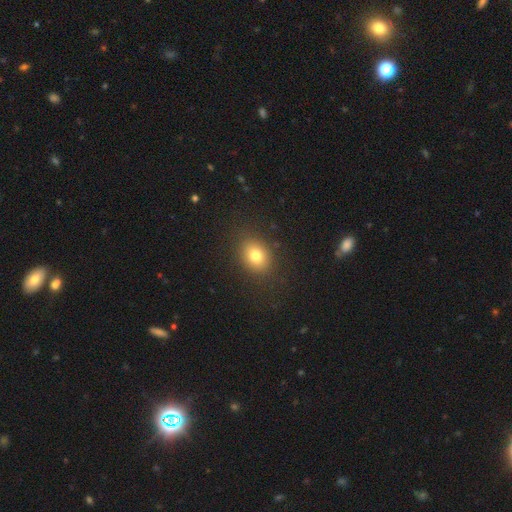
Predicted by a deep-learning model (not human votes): Overall: smooth (78%). How rounded: in between (50%; round 49%). Merging: none (86%).